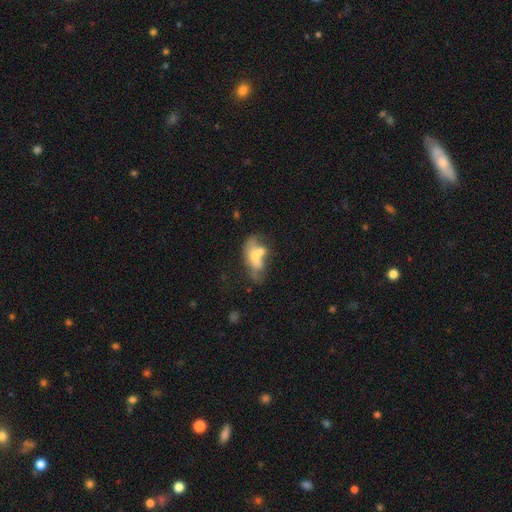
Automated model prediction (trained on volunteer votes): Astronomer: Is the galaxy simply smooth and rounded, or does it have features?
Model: smooth — 55% (runner-up: featured or disk, 36%).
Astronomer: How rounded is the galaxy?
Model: in between — 81%.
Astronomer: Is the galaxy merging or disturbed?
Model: merger — 44% (runner-up: none, 24%).